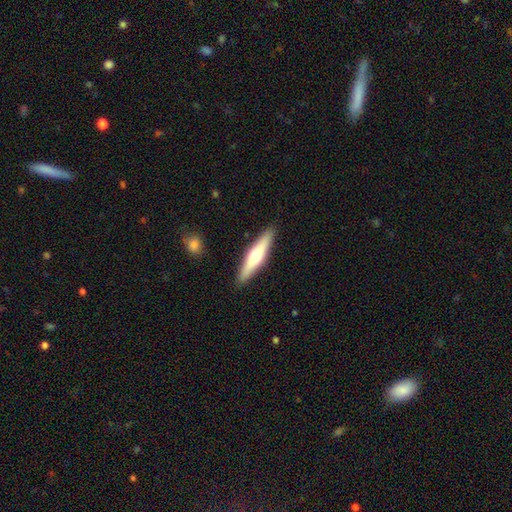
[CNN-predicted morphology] Smooth or featured: smooth — 49% (featured or disk — 46%)
Merging: none — 90% (minor disturbance — 7%)